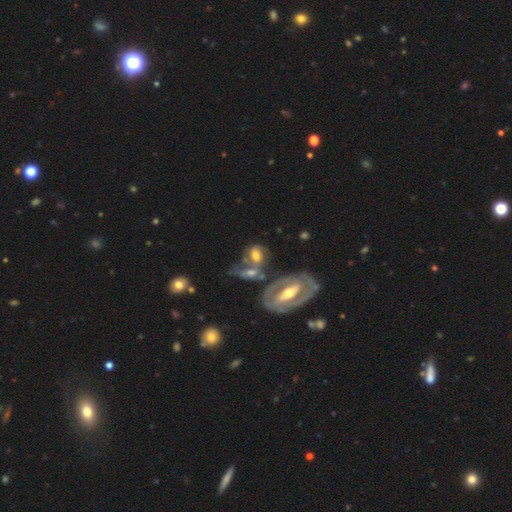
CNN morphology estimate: Smooth or featured: featured or disk — 53% (smooth — 38%)
Edge-on disk: no — 91% (yes — 9%)
Merging: merger — 38% (none — 34%)